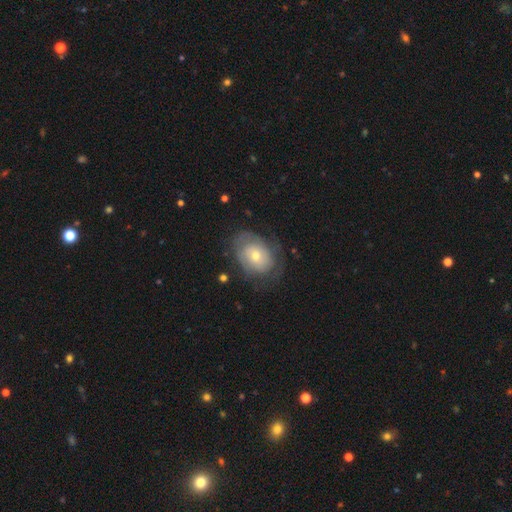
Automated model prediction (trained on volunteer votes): The model was most divided on "bulge size": moderate: 49%, small: 46%, large: 3%, none: 1%, dominant: 1%. More confident: edge-on disk — no (96%); bar — no (79%); spiral arms — yes (71%); merging — none (63%); smooth or featured — featured or disk (58%).